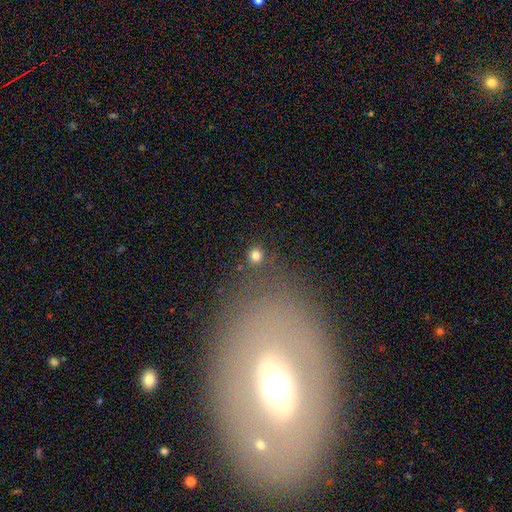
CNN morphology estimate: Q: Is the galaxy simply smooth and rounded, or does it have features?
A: smooth — 79%.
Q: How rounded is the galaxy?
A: round — 94%.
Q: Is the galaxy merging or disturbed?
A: none — 87%.